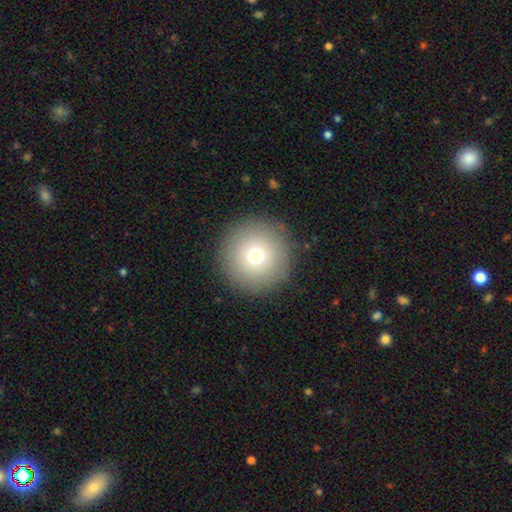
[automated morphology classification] type=smooth (71%); roundness=round (97%); merging=none (90%).